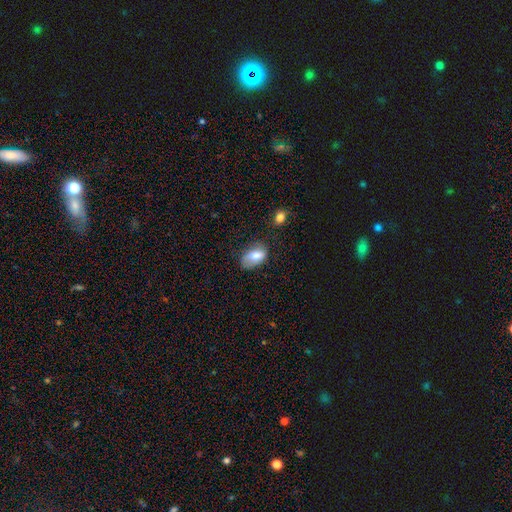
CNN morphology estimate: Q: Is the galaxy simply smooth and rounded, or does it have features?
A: smooth — 71%.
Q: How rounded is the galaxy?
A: in between — 90%.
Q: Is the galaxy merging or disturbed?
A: none — 59%.